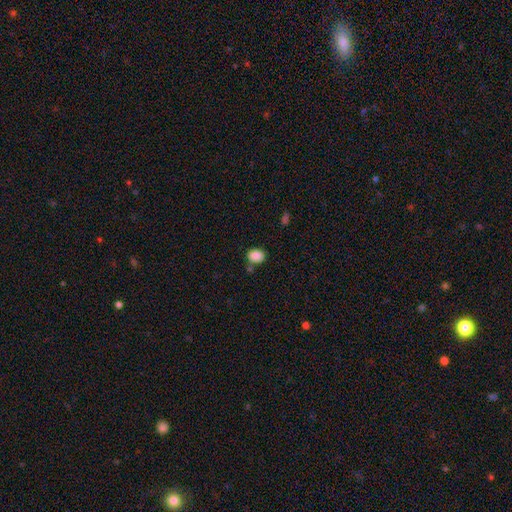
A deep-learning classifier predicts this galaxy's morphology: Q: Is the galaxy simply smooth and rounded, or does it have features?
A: smooth — 87%.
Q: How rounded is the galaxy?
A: in between — 55%.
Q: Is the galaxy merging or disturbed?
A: none — 73%.